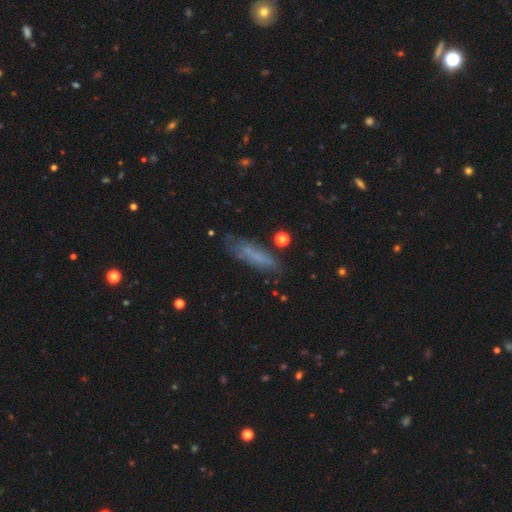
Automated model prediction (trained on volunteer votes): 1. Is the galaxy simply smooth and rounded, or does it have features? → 57% smooth, 31% featured or disk, 12% star or artifact.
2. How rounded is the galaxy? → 64% cigar-shaped, 34% in between, 2% round.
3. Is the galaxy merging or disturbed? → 64% none, 23% minor disturbance, 10% major disturbance, 4% merger.